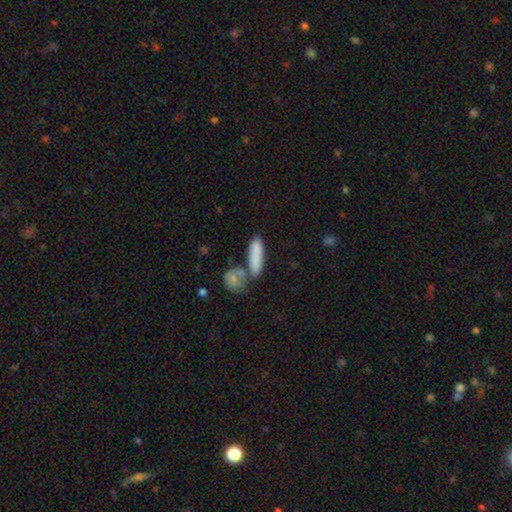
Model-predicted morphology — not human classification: smooth-or-featured: smooth: 82% | featured or disk: 11% | star or artifact: 7%
  how-rounded: cigar-shaped: 60% | in between: 36% | round: 3%
  merging: none: 58% | merger: 23% | minor disturbance: 14% | major disturbance: 5%